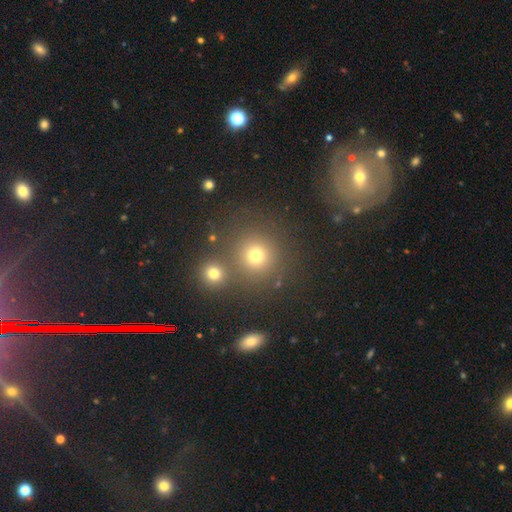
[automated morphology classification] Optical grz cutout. It shows a smooth galaxy with no disk features (73%) that is round (91%). Merging: none (69%).